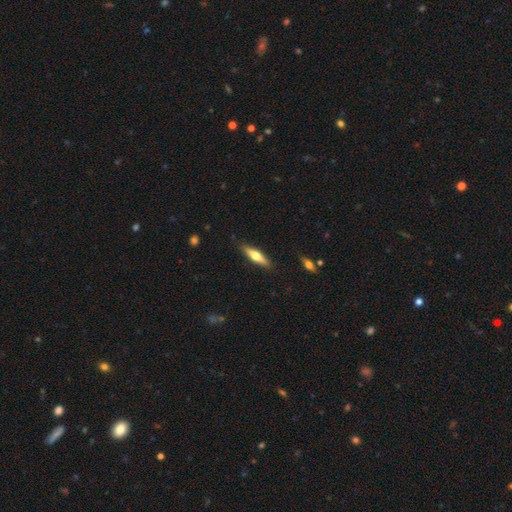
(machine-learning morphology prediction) smooth 48%, featured or disk 46%, star or artifact 6%. Down the decision tree: merging — none (88%).